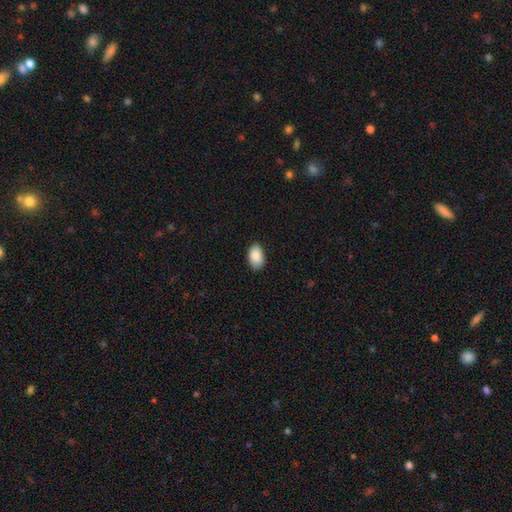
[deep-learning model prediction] Smooth or featured: smooth — 90% (star or artifact — 7%)
How rounded: in between — 92% (round — 7%)
Merging: none — 84% (minor disturbance — 13%)